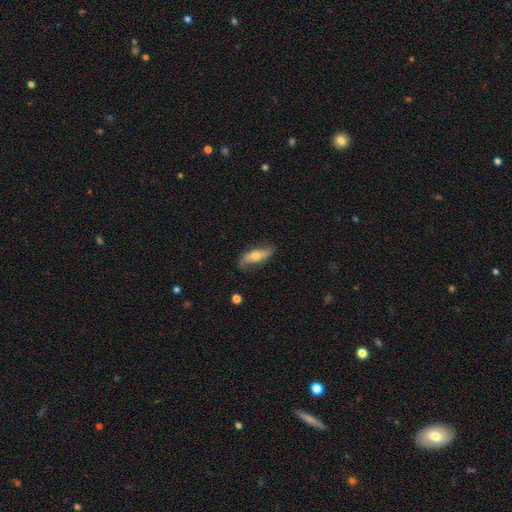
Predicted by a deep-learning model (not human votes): The model was most divided on "smooth or featured": smooth: 51%, featured or disk: 43%, star or artifact: 6%. More confident: merging — none (71%); how rounded — in between (60%).